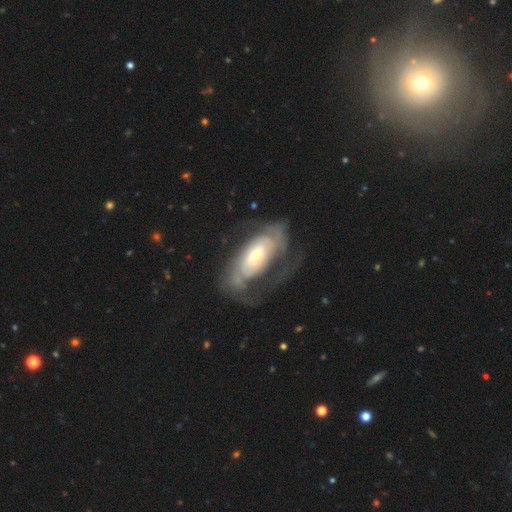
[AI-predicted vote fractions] Morphology: type=featured or disk (79%); edge-on=no (92%); bar=no (59%); spiral arms=yes (85%); winding=tight (51%); arm count=2 (45%); bulge=small (44%); merging=none (50%).